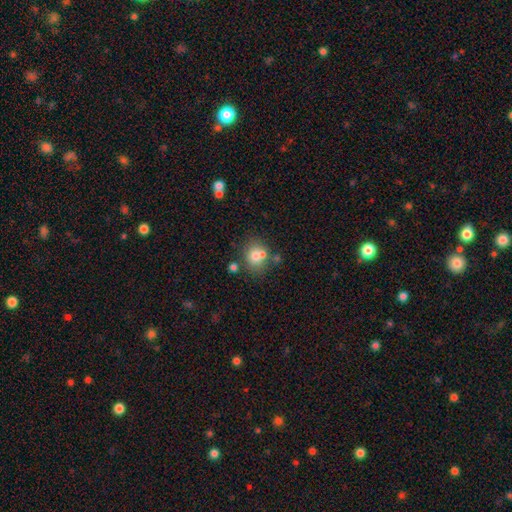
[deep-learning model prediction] Smooth or featured? Predicted: smooth (p=0.71). How rounded? Predicted: round (p=0.73). Merging? Predicted: none (p=0.56).